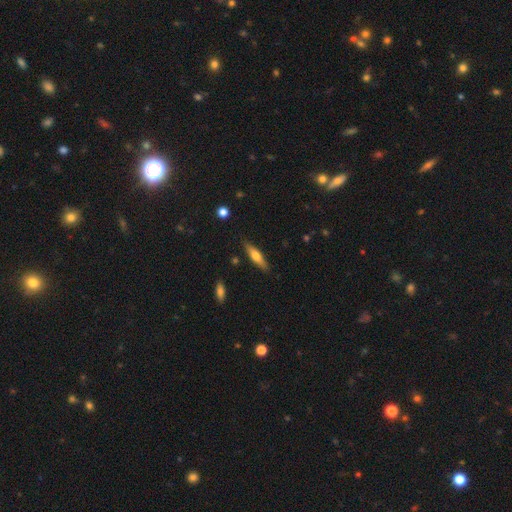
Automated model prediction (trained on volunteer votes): Smooth or featured? Predicted: smooth (p=0.53). How rounded? Predicted: cigar-shaped (p=0.74). Merging? Predicted: none (p=0.85).